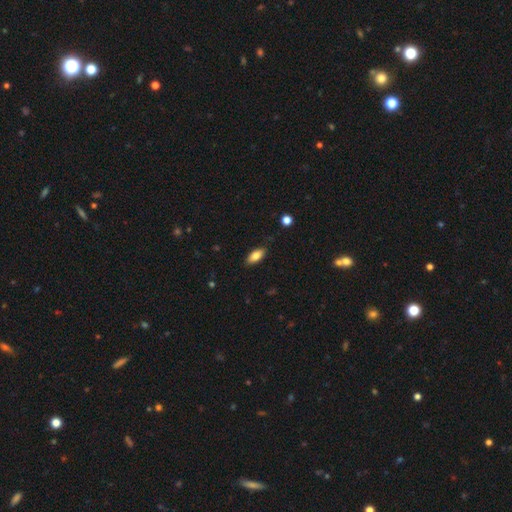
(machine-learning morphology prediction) smooth-or-featured: smooth: 82% | featured or disk: 11% | star or artifact: 7%
  how-rounded: in between: 88% | cigar-shaped: 10% | round: 3%
  merging: none: 84% | minor disturbance: 12% | major disturbance: 2% | merger: 1%